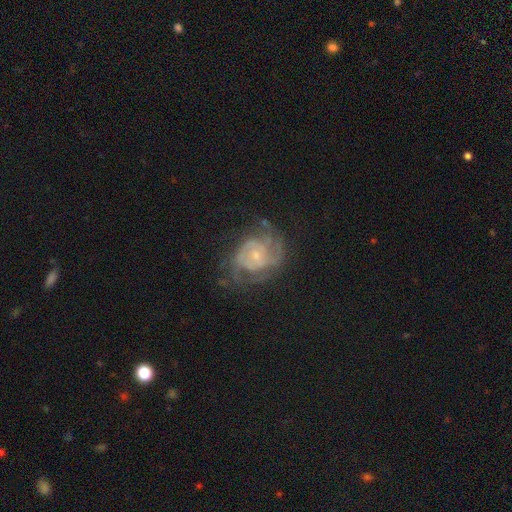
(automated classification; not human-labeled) Smooth or featured? Predicted: featured or disk (p=0.82). Edge-on disk? Predicted: no (p=0.98). Bar? Predicted: no (p=0.64). Spiral arms? Predicted: yes (p=0.90). Spiral winding? Predicted: tight (p=0.50). Spiral arm count? Predicted: can't tell (p=0.34). Bulge size? Predicted: small (p=0.64). Merging? Predicted: none (p=0.60).